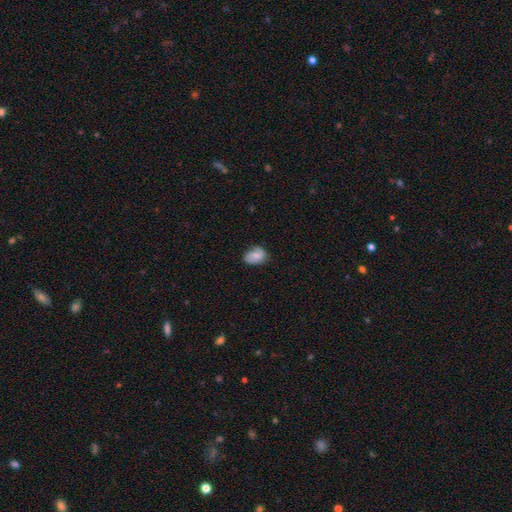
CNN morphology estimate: smooth 70%, featured or disk 22%, star or artifact 8%. Down the decision tree: how rounded — in between (75%); merging — none (64%).